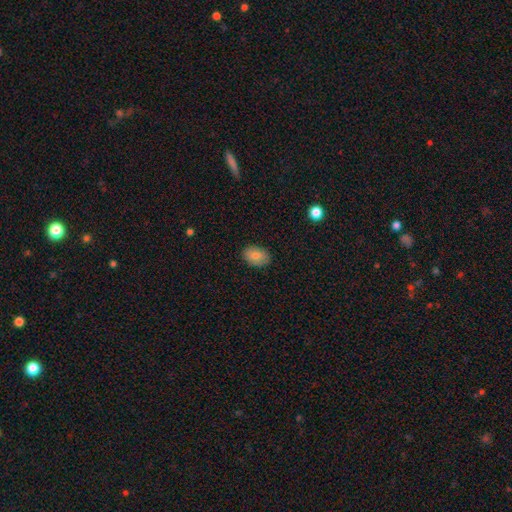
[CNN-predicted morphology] Overall: smooth (85%). How rounded: in between (83%). Merging: none (87%).